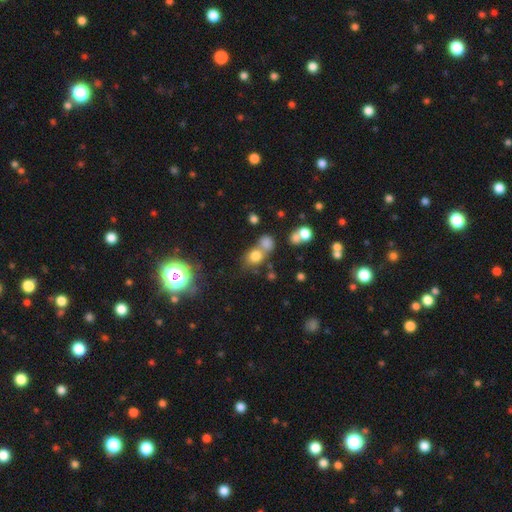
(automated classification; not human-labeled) This is likely a smooth galaxy (74%). How rounded: likely round (63%). Merging: possibly none (46%).